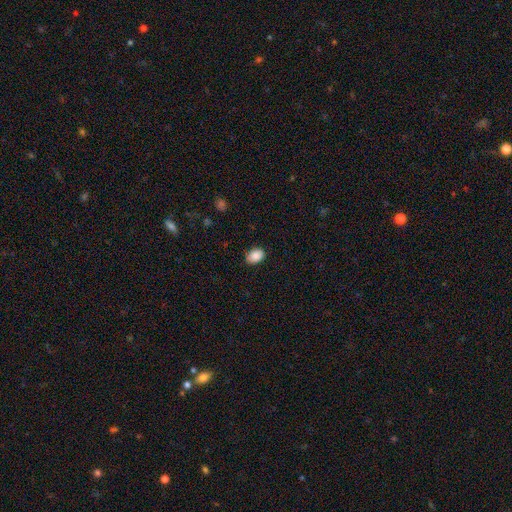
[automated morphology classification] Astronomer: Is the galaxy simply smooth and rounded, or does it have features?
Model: smooth — 89%.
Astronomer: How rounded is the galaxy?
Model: in between — 76%.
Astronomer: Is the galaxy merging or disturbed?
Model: none — 82%.